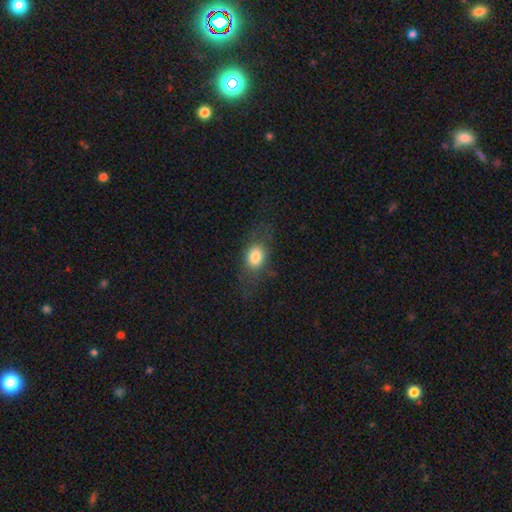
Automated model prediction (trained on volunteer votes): Smooth or featured?
  - smooth: 76% *
  - featured or disk: 15%
  - star or artifact: 9%
How rounded?
  - in between: 62% *
  - round: 35%
  - cigar-shaped: 3%
Merging?
  - none: 64% *
  - minor disturbance: 19%
  - major disturbance: 15%
  - merger: 1%